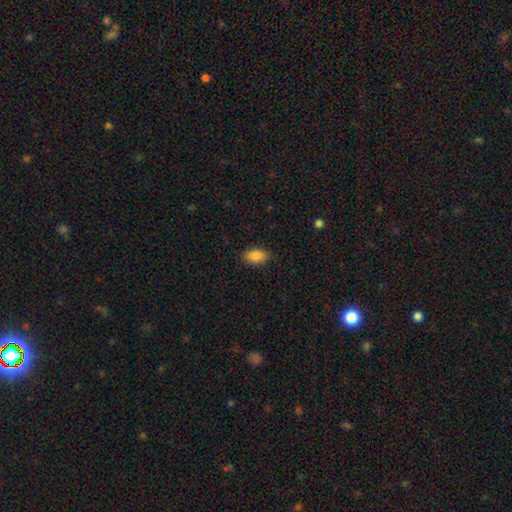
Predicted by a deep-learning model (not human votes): A smooth galaxy with no disk features (87%) that is in between round and cigar-shaped (92%).

Vote fractions:
- Smooth or featured? smooth: 87% / star or artifact: 8% / featured or disk: 5%
- How rounded? in between: 92% / round: 6% / cigar-shaped: 2%
- Merging? none: 88% / minor disturbance: 9% / major disturbance: 2% / merger: 1%